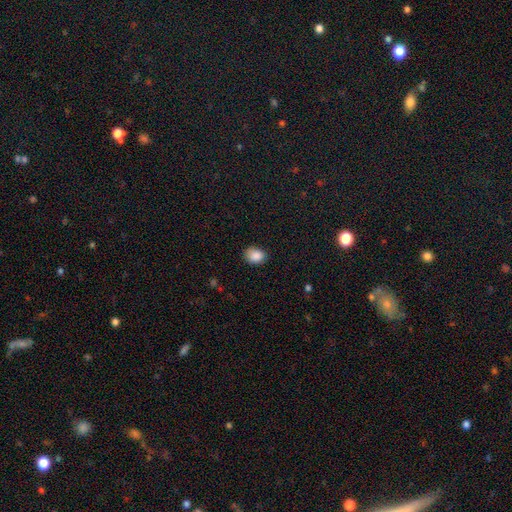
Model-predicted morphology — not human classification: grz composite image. It shows a smooth galaxy with no disk features (88%) that is in between round and cigar-shaped (60%). Merging: none (80%).